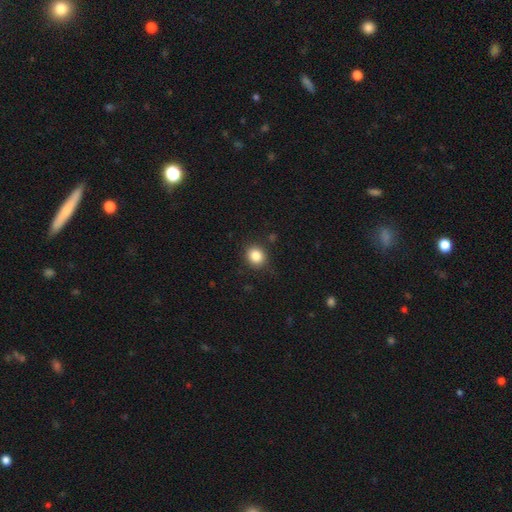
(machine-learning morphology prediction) Smooth or featured?
  - smooth: 84% *
  - star or artifact: 10%
  - featured or disk: 5%
How rounded?
  - round: 80% *
  - in between: 20%
  - cigar-shaped: 1%
Merging?
  - none: 87% *
  - minor disturbance: 9%
  - major disturbance: 3%
  - merger: 1%